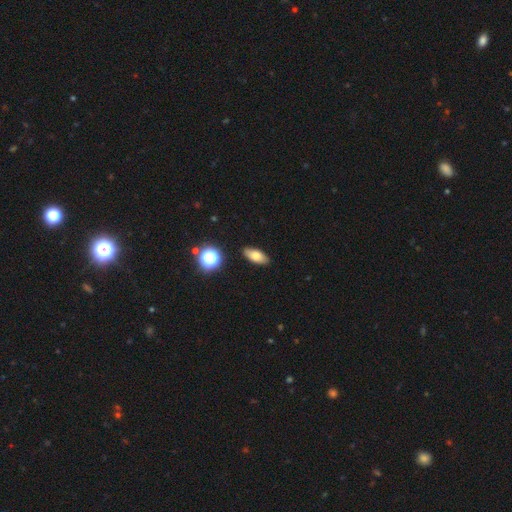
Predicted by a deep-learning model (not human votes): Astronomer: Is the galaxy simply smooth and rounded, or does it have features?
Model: smooth — 75%.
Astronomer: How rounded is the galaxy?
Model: in between — 81%.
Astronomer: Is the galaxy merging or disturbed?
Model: none — 88%.